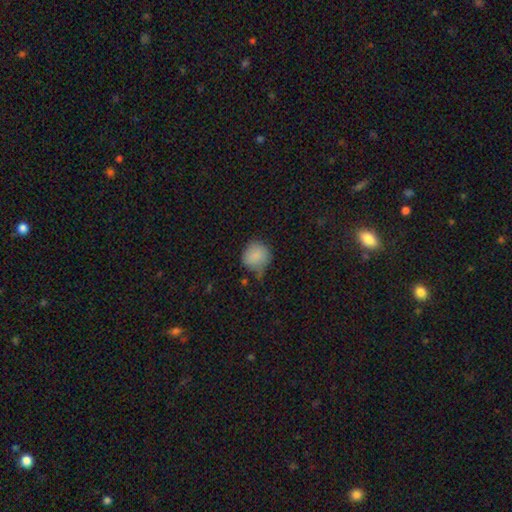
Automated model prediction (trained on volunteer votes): This is clearly a smooth galaxy (85%). How rounded: clearly round (84%). Merging: possibly none (51%).